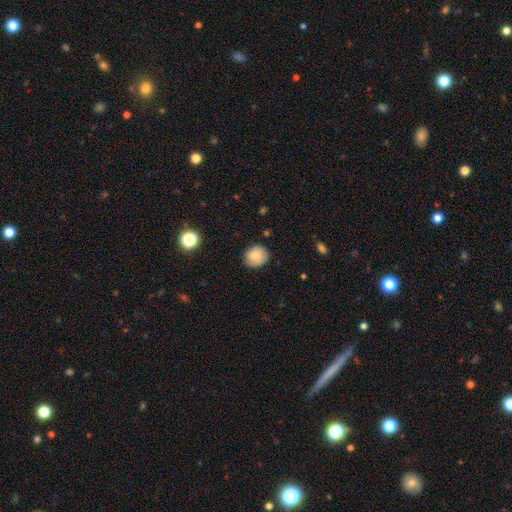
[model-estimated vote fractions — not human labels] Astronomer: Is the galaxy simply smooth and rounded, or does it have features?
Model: smooth — 80%.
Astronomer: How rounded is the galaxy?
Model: round — 72%.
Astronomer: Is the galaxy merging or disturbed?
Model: none — 81%.